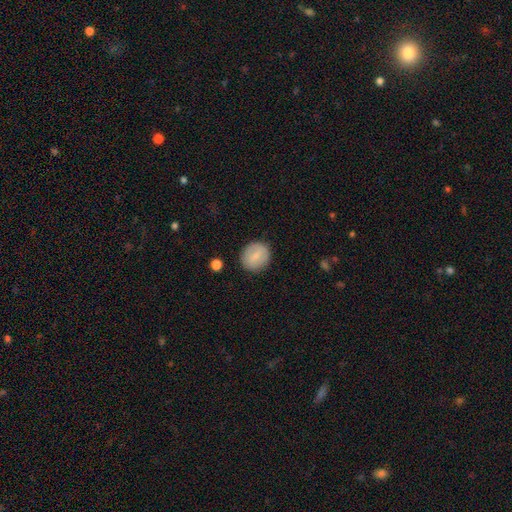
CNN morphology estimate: Smooth or featured?
  - smooth: 72% *
  - featured or disk: 20%
  - star or artifact: 7%
How rounded?
  - round: 83% *
  - in between: 16%
  - cigar-shaped: 1%
Merging?
  - none: 87% *
  - minor disturbance: 9%
  - major disturbance: 3%
  - merger: 1%